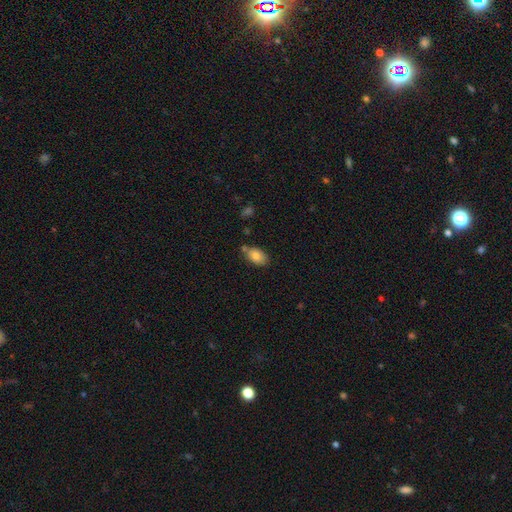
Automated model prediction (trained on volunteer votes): The model was most divided on "merging": none: 69%, minor disturbance: 17%, merger: 10%, major disturbance: 3%. More confident: how rounded — in between (88%); smooth or featured — smooth (80%).